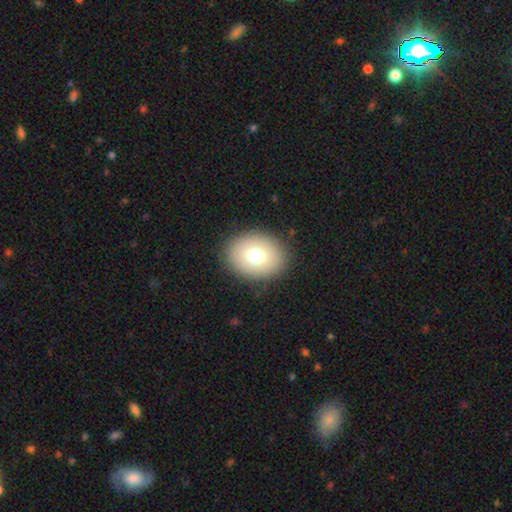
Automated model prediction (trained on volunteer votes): This is likely a smooth galaxy (72%). How rounded: possibly in between (55%). Merging: clearly none (87%).